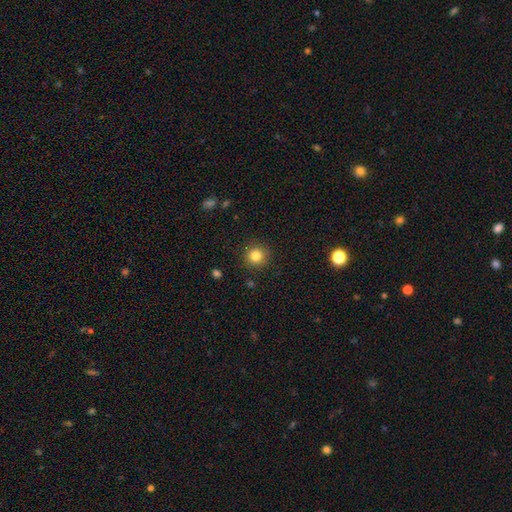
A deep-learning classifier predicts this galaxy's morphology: Smooth or featured? smooth (82%)
How rounded? round (94%)
Merging? none (90%)